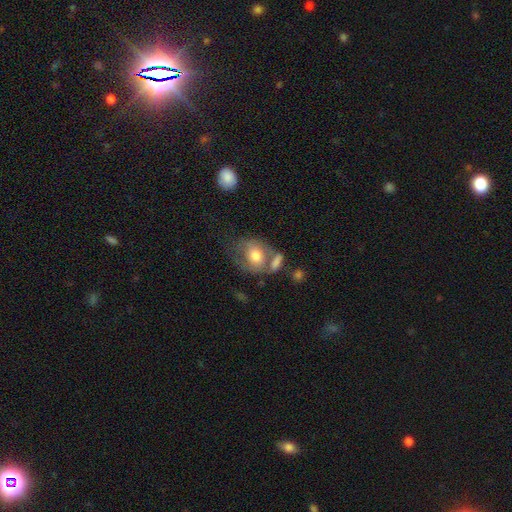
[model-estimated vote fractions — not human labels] This appears to be a smooth galaxy with no disk features (61%) that is in between round and cigar-shaped (51%). Merging: none (33%).